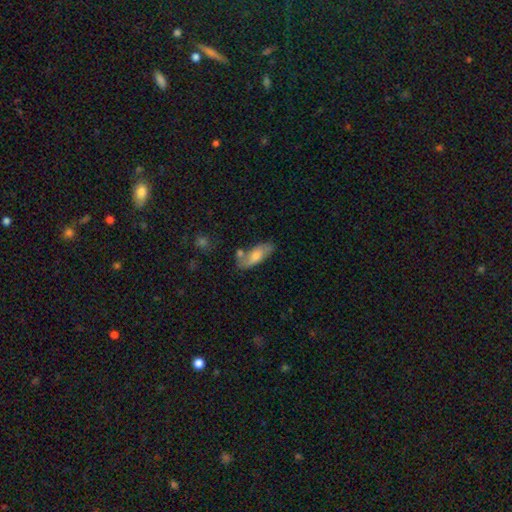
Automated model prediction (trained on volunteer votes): Q: Smooth or featured?
A: smooth (58%); runner-up: featured or disk (36%)
Q: How rounded?
A: in between (76%); runner-up: cigar-shaped (21%)
Q: Merging?
A: none (58%); runner-up: minor disturbance (21%)